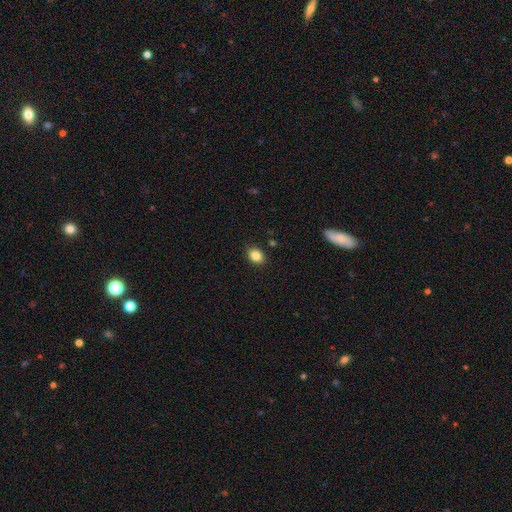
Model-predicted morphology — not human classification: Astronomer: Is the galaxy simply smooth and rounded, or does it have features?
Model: smooth — 85%.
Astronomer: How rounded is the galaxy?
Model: in between — 68%.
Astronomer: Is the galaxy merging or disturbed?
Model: none — 88%.